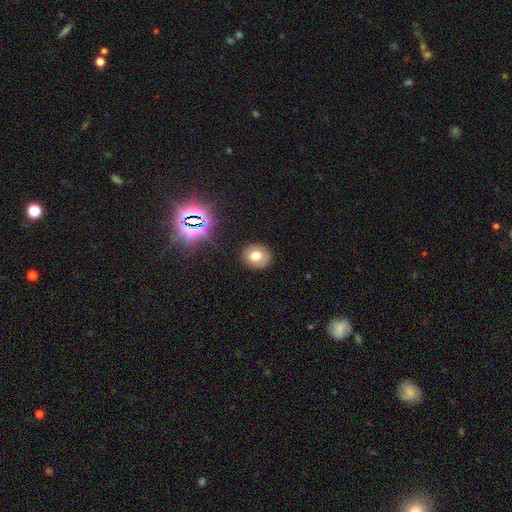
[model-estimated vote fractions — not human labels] smooth 71%, star or artifact 15%, featured or disk 13%. Down the decision tree: how rounded — round (73%); merging — none (88%).